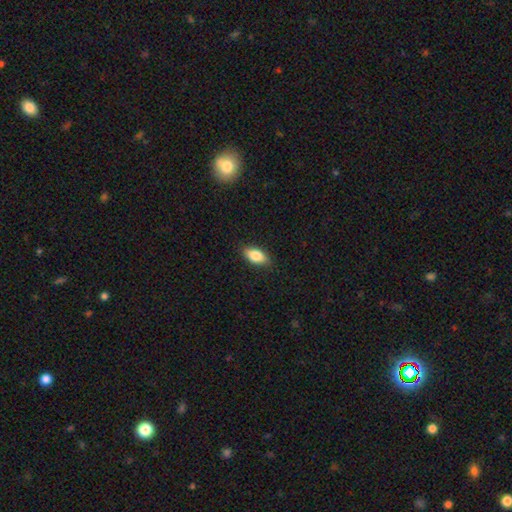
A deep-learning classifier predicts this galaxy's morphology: This is clearly a smooth galaxy (81%). How rounded: clearly in between (87%). Merging: clearly none (87%).